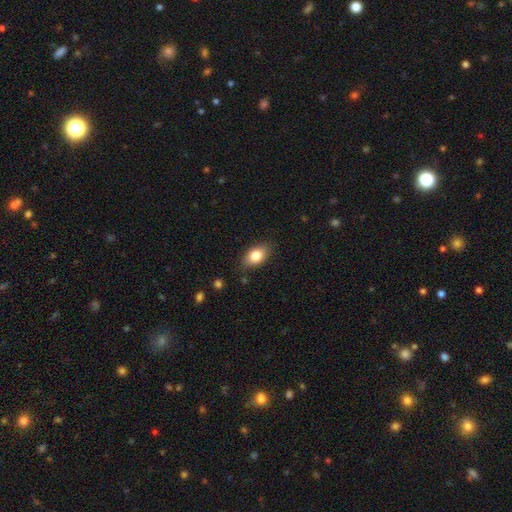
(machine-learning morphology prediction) The model was most divided on "merging": none: 82%, minor disturbance: 14%, major disturbance: 3%, merger: 1%. More confident: how rounded — in between (86%); smooth or featured — smooth (82%).